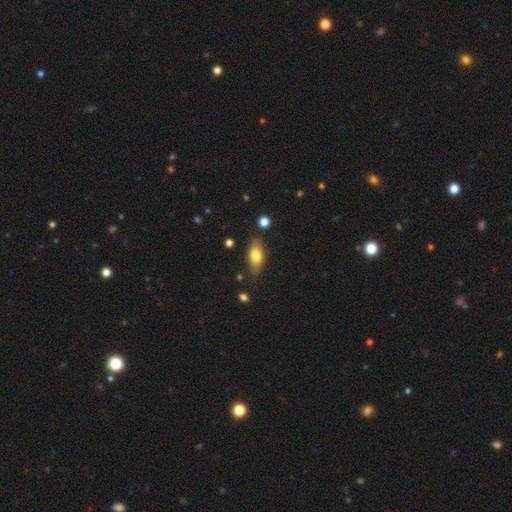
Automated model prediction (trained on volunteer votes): A smooth galaxy with no disk features (72%) that is in between round and cigar-shaped (79%).

Vote fractions:
- Smooth or featured? smooth: 72% / featured or disk: 21% / star or artifact: 7%
- How rounded? in between: 79% / cigar-shaped: 17% / round: 4%
- Merging? none: 80% / minor disturbance: 14% / major disturbance: 3% / merger: 3%